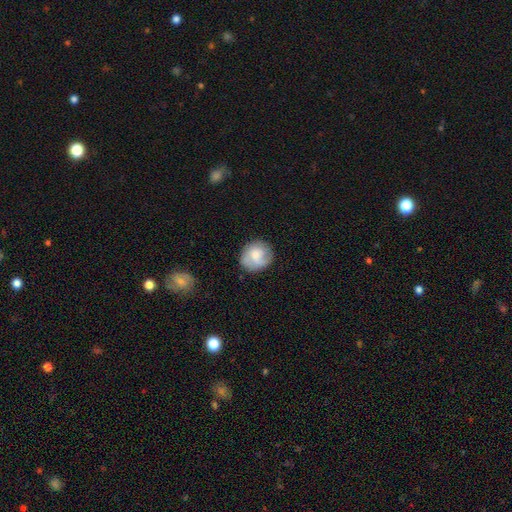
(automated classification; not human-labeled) Q: Smooth or featured?
A: smooth (63%); runner-up: featured or disk (30%)
Q: How rounded?
A: round (79%); runner-up: in between (20%)
Q: Merging?
A: none (73%); runner-up: minor disturbance (19%)